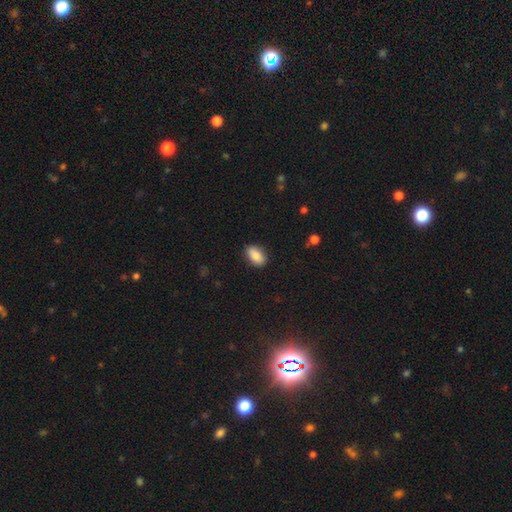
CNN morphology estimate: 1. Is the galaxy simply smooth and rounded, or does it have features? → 83% smooth, 9% featured or disk, 7% star or artifact.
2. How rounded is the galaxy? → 90% in between, 7% round, 3% cigar-shaped.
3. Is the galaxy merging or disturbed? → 86% none, 11% minor disturbance, 2% major disturbance, 1% merger.